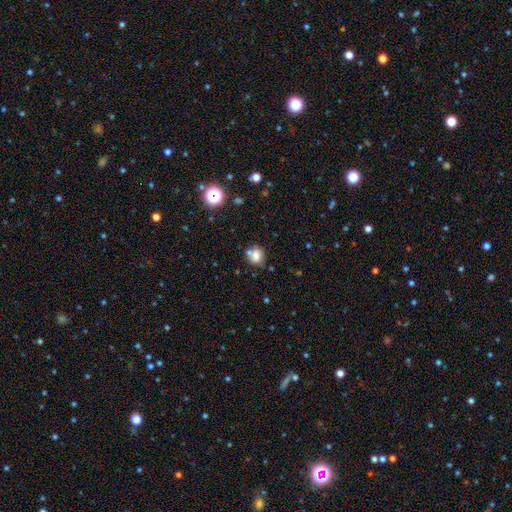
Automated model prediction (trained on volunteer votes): Morphology: type=smooth (74%); roundness=round (73%); merging=none (56%).